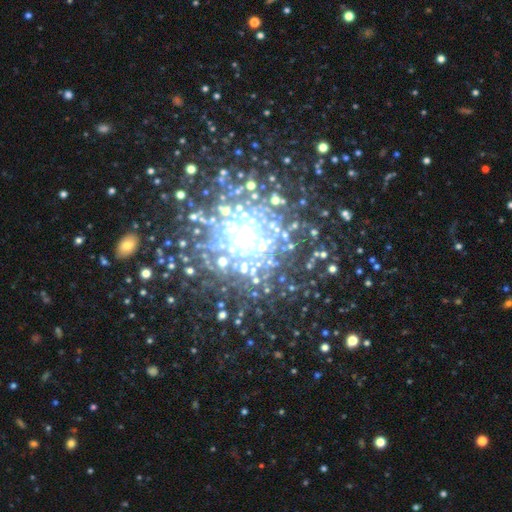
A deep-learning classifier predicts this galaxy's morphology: type=star or artifact (48%).